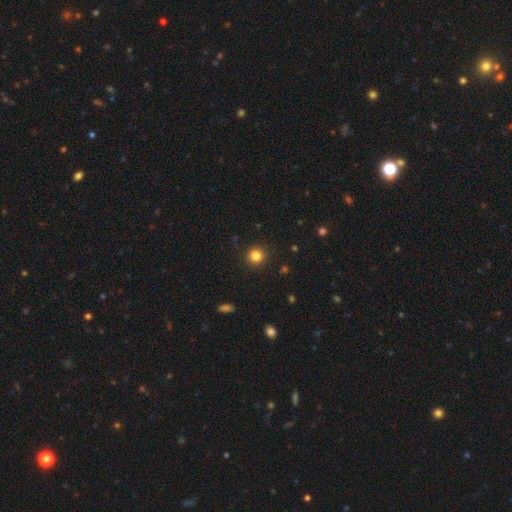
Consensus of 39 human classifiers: Smooth or featured? smooth (85%)
How rounded? round (91%)
Merging? none (89%)